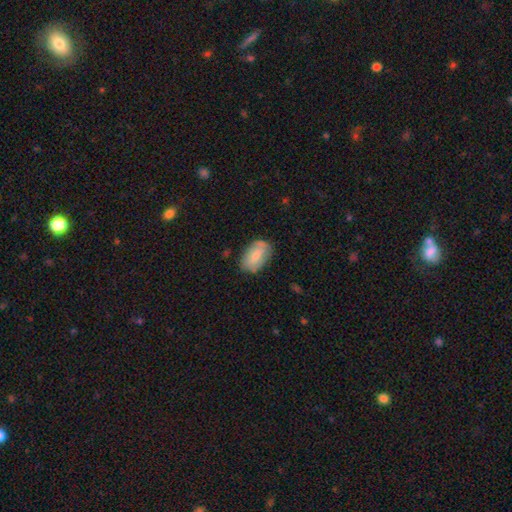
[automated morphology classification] Q: Smooth or featured?
A: smooth (66%); runner-up: featured or disk (28%)
Q: How rounded?
A: in between (91%); runner-up: round (7%)
Q: Merging?
A: none (74%); runner-up: minor disturbance (20%)